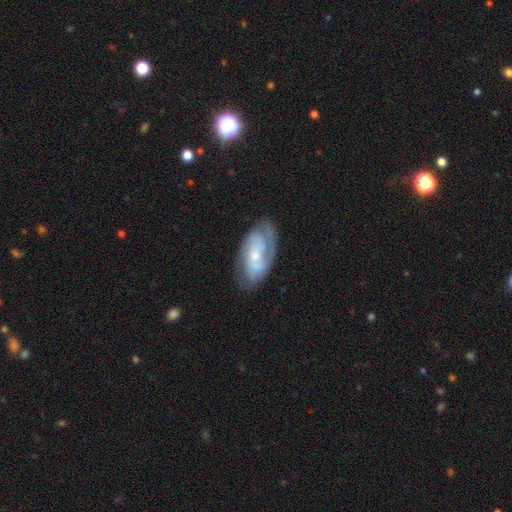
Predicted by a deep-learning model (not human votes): Overall: featured or disk (75%). Edge-on disk: no (95%). Bar: no (60%; weak 31%). Spiral arms: yes (91%). Spiral arm count: 2 (55%; can't tell 23%). Spiral winding: tight (50%; medium 37%). Bulge size: small (62%; moderate 30%). Merging: none (68%).